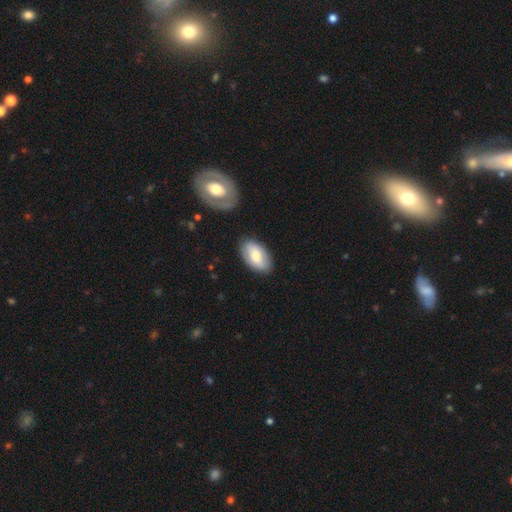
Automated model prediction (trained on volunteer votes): Q: Smooth or featured?
A: smooth (68%); runner-up: featured or disk (26%)
Q: How rounded?
A: in between (94%); runner-up: round (4%)
Q: Merging?
A: none (84%); runner-up: minor disturbance (11%)